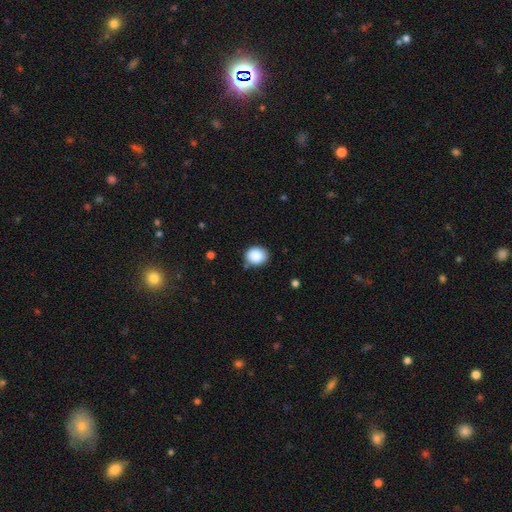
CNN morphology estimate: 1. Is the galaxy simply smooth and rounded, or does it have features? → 89% smooth, 8% star or artifact, 3% featured or disk.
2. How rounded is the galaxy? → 70% round, 29% in between, 1% cigar-shaped.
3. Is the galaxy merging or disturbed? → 83% none, 12% minor disturbance, 3% major disturbance, 2% merger.